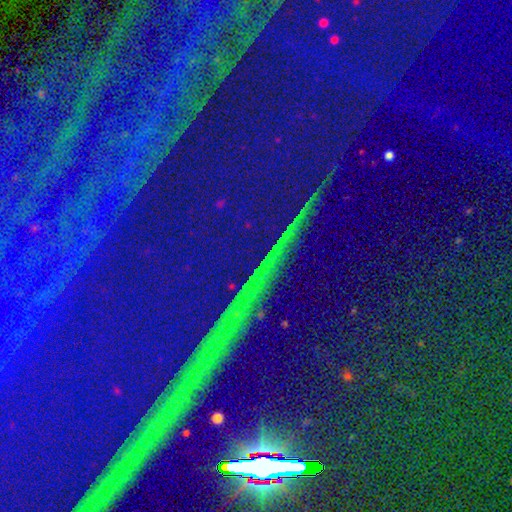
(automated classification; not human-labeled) Smooth or featured?
  - star or artifact: 85% *
  - featured or disk: 8%
  - smooth: 7%